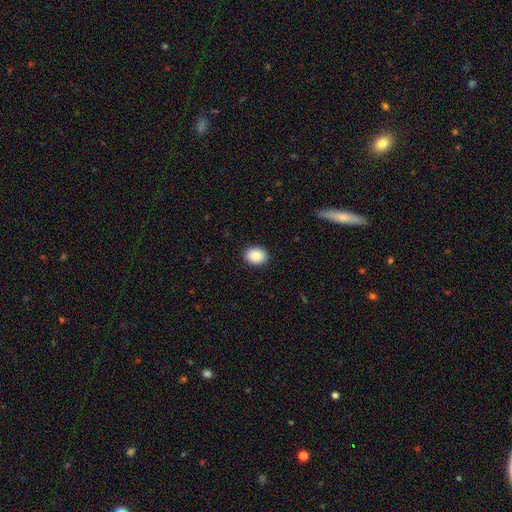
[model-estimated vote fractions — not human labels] smooth_or_featured: smooth (p=0.88) [alt: star or artifact p=0.07]
how_rounded: in between (p=0.63) [alt: round p=0.37]
merging: none (p=0.91) [alt: minor disturbance p=0.07]